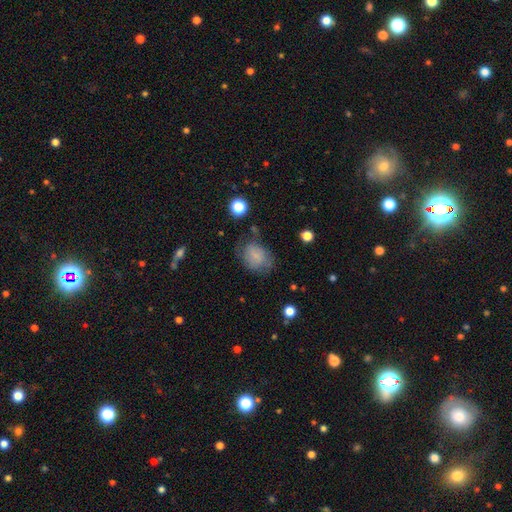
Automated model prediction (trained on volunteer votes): Morphology: type=smooth (71%); roundness=in between (66%); merging=none (56%).